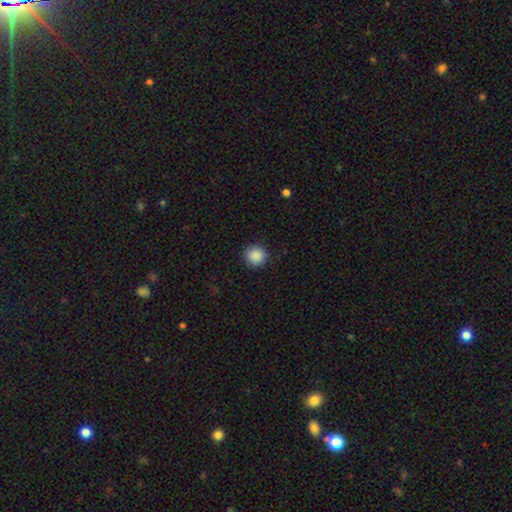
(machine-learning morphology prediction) Smooth or featured? smooth (89%)
How rounded? round (94%)
Merging? none (91%)